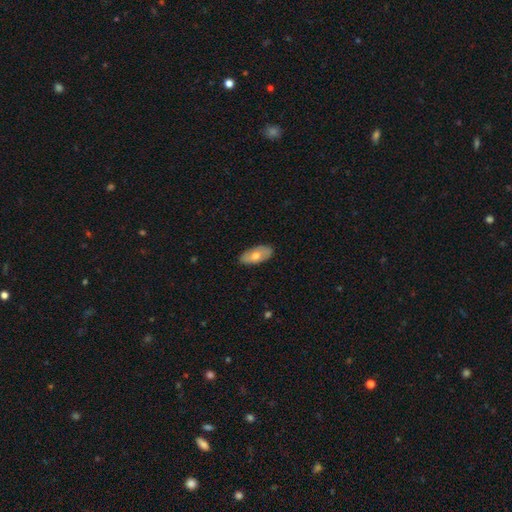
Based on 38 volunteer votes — Morphology: type=smooth (63%); roundness=in between (83%); merging=none (83%).